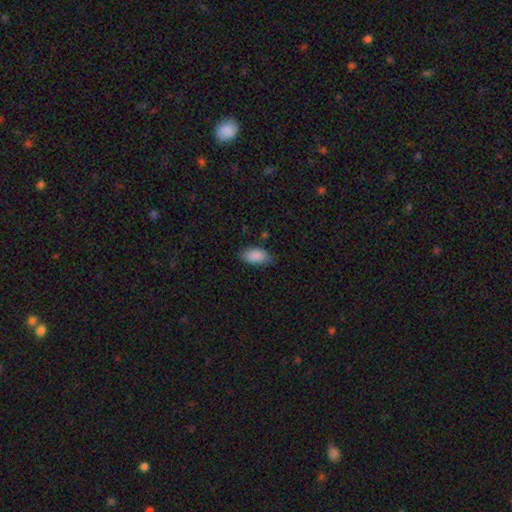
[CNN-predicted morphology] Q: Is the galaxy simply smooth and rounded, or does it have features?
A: smooth — 89%.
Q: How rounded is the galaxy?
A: in between — 93%.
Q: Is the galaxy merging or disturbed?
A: none — 77%.